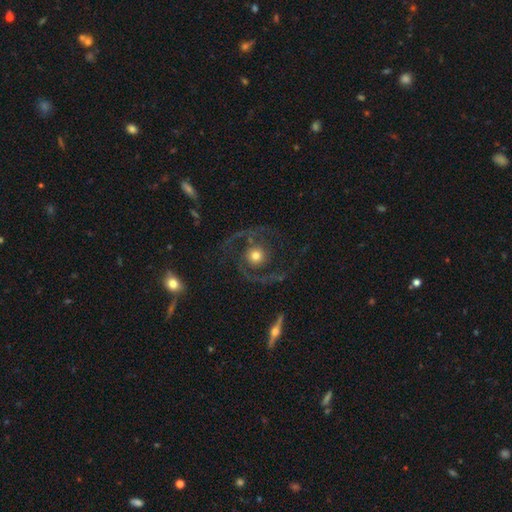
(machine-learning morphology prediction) Smooth or featured? featured or disk (80%)
Edge-on disk? no (97%)
Bar? no (79%)
Spiral arms? yes (90%)
Spiral winding? medium (51%)
Spiral arm count? 2 (86%)
Bulge size? moderate (64%)
Merging? none (70%)